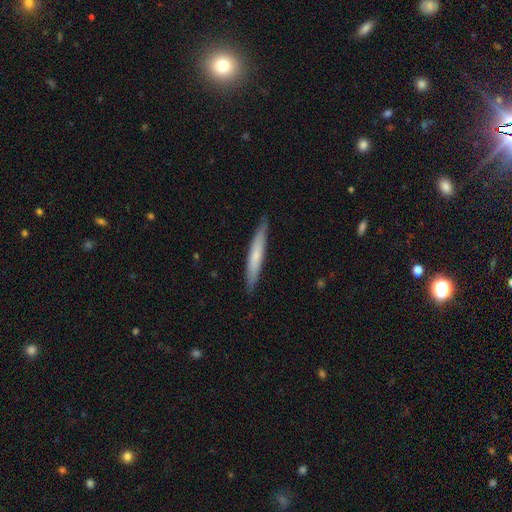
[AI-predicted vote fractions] Overall: smooth (60%; featured or disk 35%). How rounded: cigar-shaped (94%). Merging: none (89%).